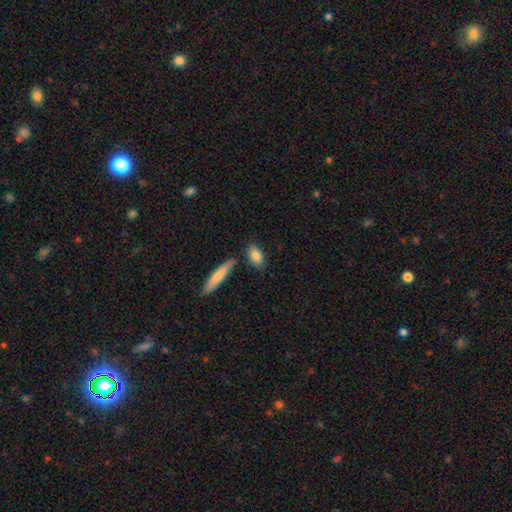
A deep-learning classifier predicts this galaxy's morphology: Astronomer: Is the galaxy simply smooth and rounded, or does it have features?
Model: smooth — 82%.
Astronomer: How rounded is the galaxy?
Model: in between — 80%.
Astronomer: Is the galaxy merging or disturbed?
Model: none — 72%.